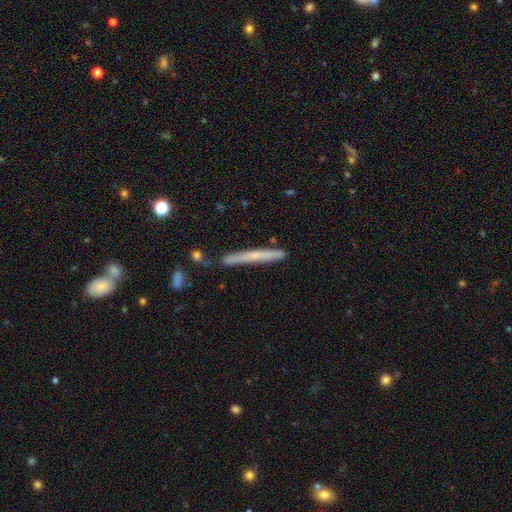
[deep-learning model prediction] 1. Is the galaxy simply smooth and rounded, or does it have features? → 48% smooth, 44% featured or disk, 8% star or artifact.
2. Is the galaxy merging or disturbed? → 81% none, 14% minor disturbance, 3% merger, 2% major disturbance.